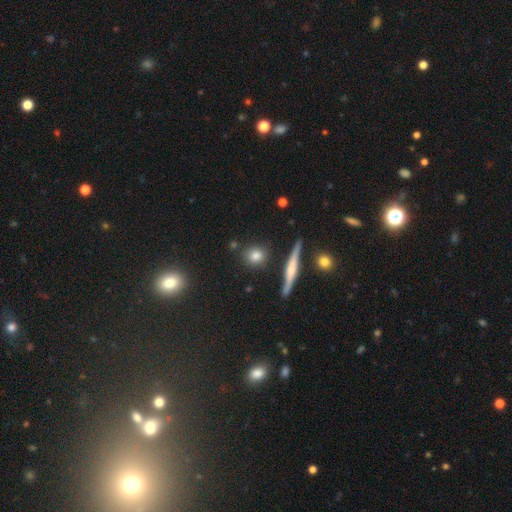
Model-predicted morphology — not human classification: smooth-or-featured: smooth: 78% | featured or disk: 12% | star or artifact: 10%
  how-rounded: round: 70% | in between: 22% | cigar-shaped: 8%
  merging: none: 83% | minor disturbance: 10% | merger: 5% | major disturbance: 3%